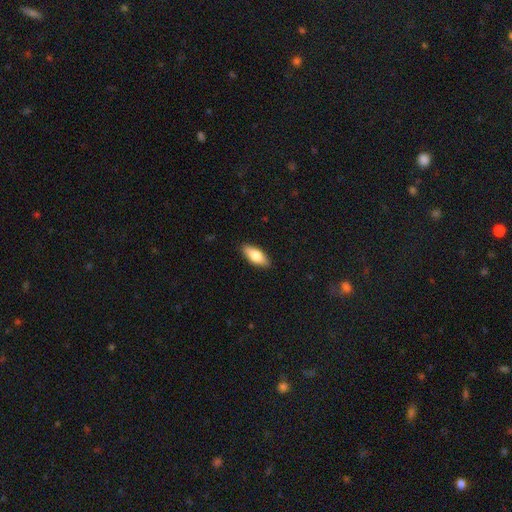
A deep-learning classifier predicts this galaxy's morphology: Overall: smooth (76%). How rounded: in between (80%). Merging: none (89%).